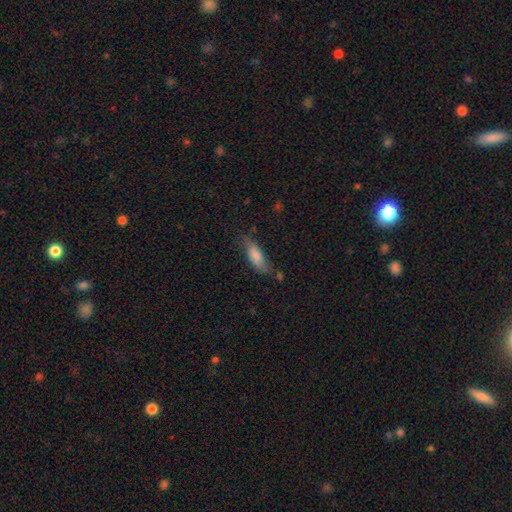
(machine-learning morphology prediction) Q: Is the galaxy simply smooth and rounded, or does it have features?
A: smooth — 78%.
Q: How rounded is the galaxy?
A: in between — 64%.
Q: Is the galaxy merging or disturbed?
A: none — 60%.